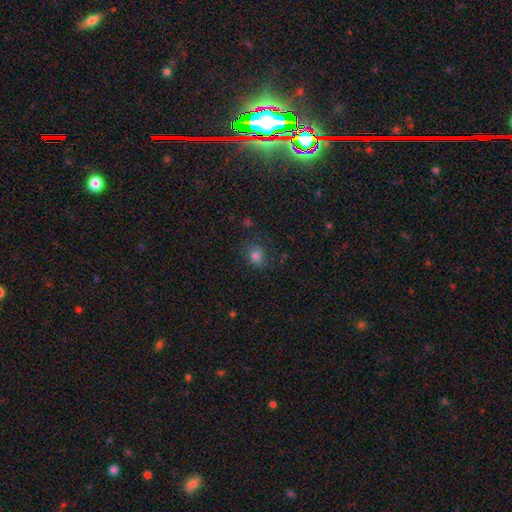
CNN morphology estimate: This appears to be a smooth galaxy with no disk features (77%) that is round (64%). Merging: none (72%).